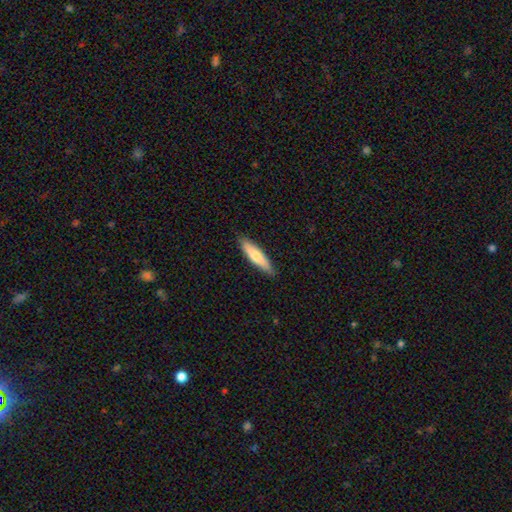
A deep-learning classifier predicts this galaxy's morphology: smooth_or_featured: smooth (p=0.71) [alt: featured or disk p=0.24]
how_rounded: cigar-shaped (p=0.79) [alt: in between p=0.20]
merging: none (p=0.87) [alt: minor disturbance p=0.10]